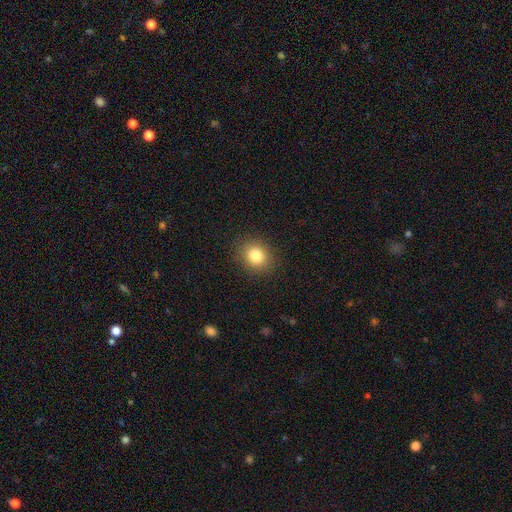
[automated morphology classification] Overall: smooth (82%). How rounded: round (67%; in between 32%). Merging: none (89%).